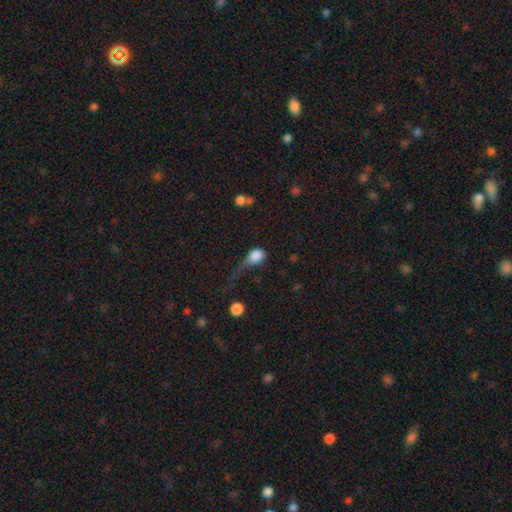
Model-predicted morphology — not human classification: A smooth galaxy with no disk features (81%) that is in between round and cigar-shaped (60%).

Vote fractions:
- Smooth or featured? smooth: 81% / featured or disk: 11% / star or artifact: 9%
- How rounded? in between: 60% / round: 37% / cigar-shaped: 3%
- Merging? major disturbance: 50% / minor disturbance: 23% / none: 19% / merger: 7%